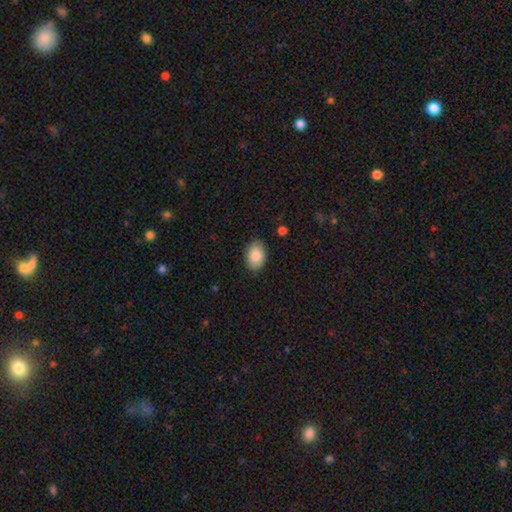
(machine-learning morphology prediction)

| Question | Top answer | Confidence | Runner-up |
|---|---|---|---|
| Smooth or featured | smooth | 88% | star or artifact (7%) |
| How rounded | in between | 86% | round (12%) |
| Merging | none | 86% | minor disturbance (10%) |